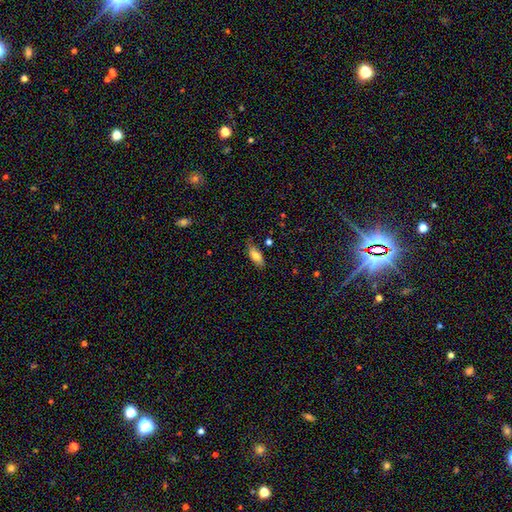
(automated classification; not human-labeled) This appears to be a smooth galaxy with no disk features (76%) that is in between round and cigar-shaped (77%). Merging: none (75%).